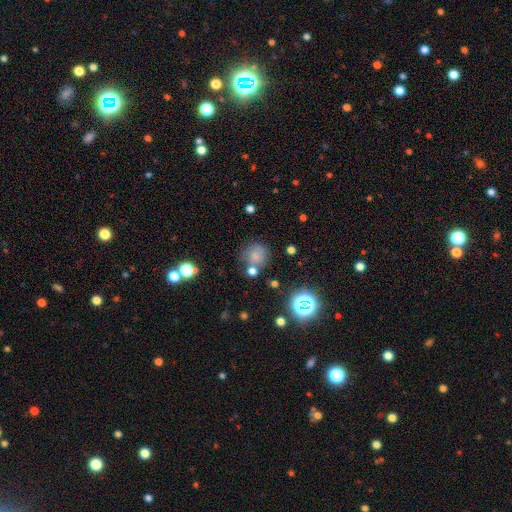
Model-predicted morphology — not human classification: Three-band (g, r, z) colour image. It shows a smooth galaxy with no disk features (67%) that is round (84%). Merging: none (58%).